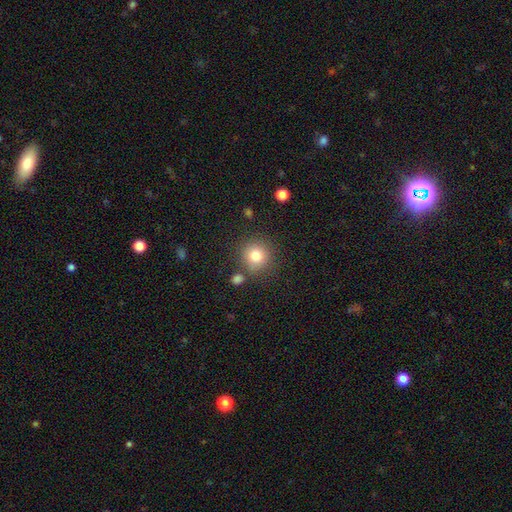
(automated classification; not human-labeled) Morphology: type=smooth (81%); roundness=round (91%); merging=none (79%).